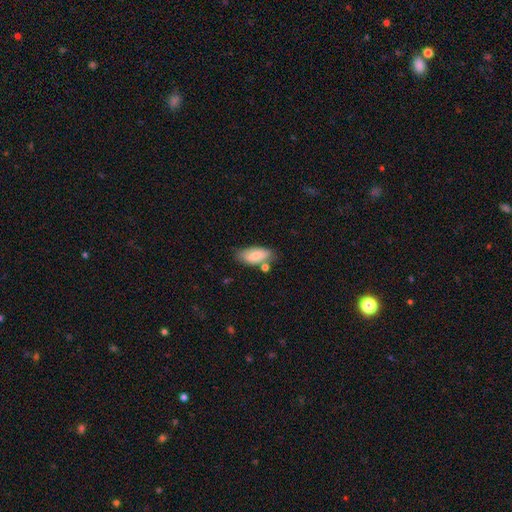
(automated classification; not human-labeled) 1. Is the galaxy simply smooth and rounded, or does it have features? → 77% smooth, 16% featured or disk, 7% star or artifact.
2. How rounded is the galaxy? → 91% in between, 6% cigar-shaped, 3% round.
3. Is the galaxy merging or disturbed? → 63% none, 21% minor disturbance, 11% merger, 5% major disturbance.